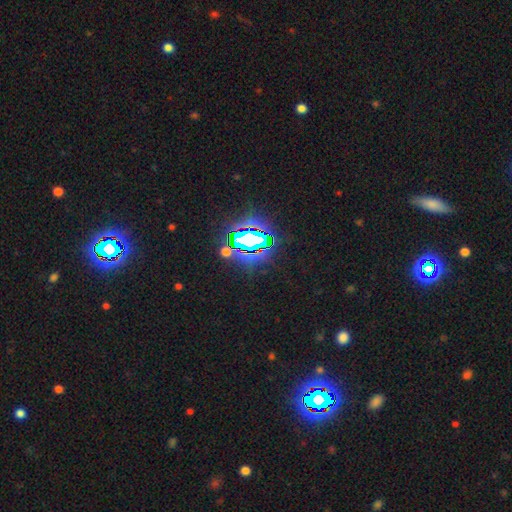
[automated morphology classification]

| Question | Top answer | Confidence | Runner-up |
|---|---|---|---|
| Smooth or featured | star or artifact | 83% | smooth (11%) |